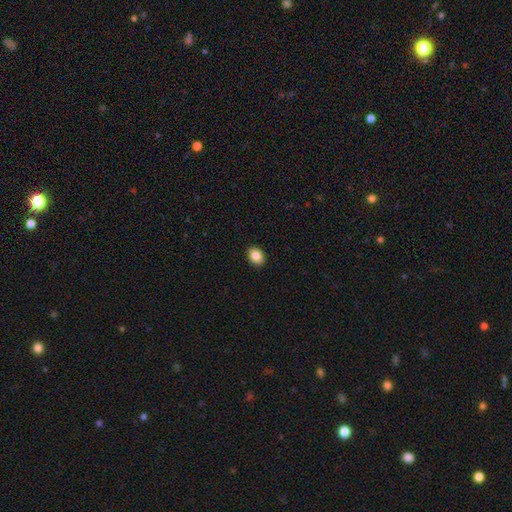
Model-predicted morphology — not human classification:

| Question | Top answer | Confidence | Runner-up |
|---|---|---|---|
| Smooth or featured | smooth | 85% | star or artifact (9%) |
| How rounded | in between | 60% | round (39%) |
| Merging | none | 91% | minor disturbance (6%) |